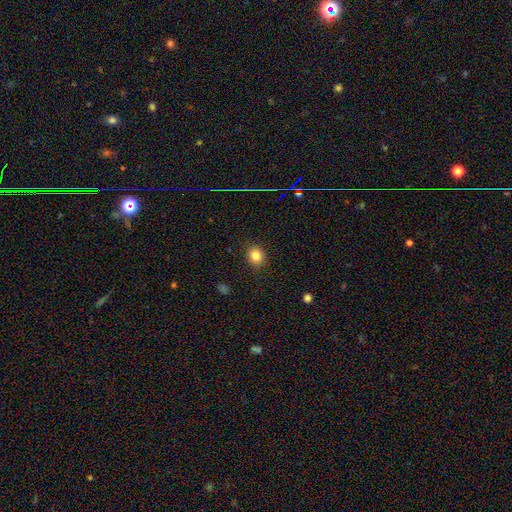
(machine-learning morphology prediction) The model was most divided on "how rounded": round: 61%, in between: 38%, cigar-shaped: 1%. More confident: merging — none (88%); smooth or featured — smooth (82%).